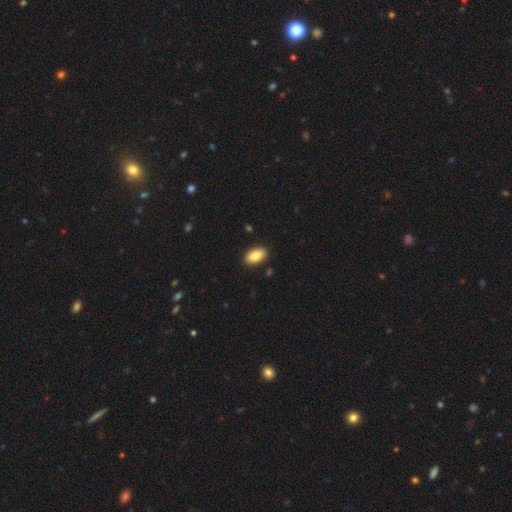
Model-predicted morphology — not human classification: smooth 86%, featured or disk 7%, star or artifact 7%. Down the decision tree: how rounded — in between (94%); merging — none (89%).